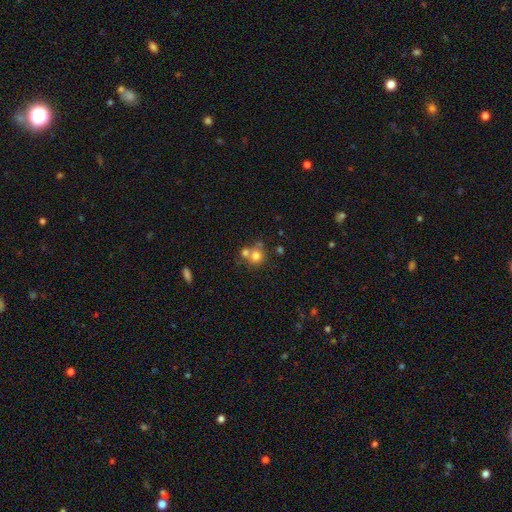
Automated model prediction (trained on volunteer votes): smooth_or_featured: smooth (p=0.74) [alt: featured or disk p=0.14]
how_rounded: round (p=0.85) [alt: in between p=0.14]
merging: none (p=0.45) [alt: merger p=0.44]